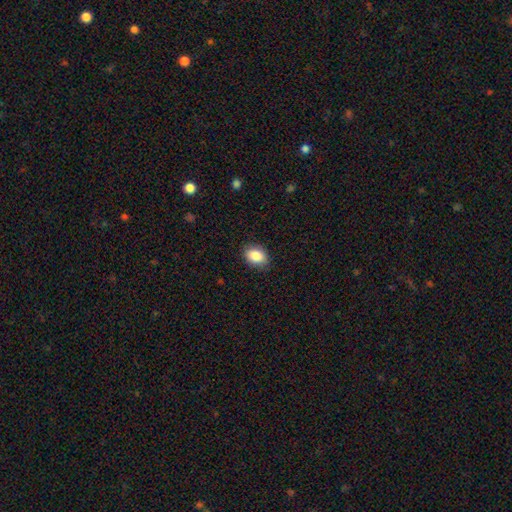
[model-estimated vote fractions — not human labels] Smooth or featured? smooth (86%)
How rounded? in between (76%)
Merging? none (85%)